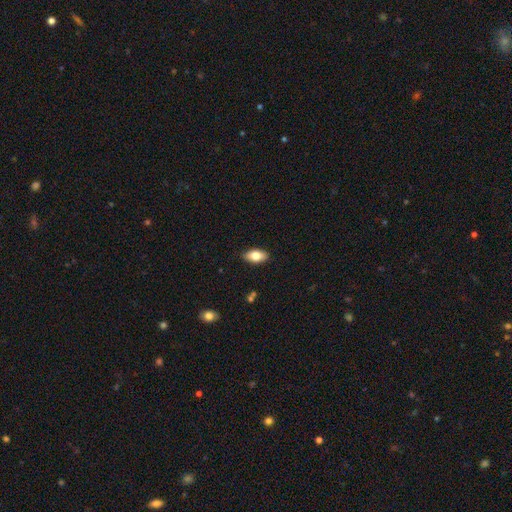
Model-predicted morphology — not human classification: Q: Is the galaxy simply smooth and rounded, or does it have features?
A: smooth — 76%.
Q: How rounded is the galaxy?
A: in between — 90%.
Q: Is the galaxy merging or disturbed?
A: none — 88%.